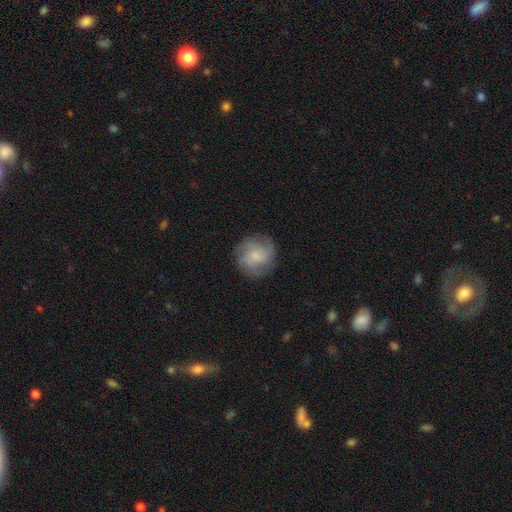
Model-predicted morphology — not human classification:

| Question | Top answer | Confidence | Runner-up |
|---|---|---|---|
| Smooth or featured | featured or disk | 46% | tied: smooth (46%) |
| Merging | none | 80% | minor disturbance (13%) |